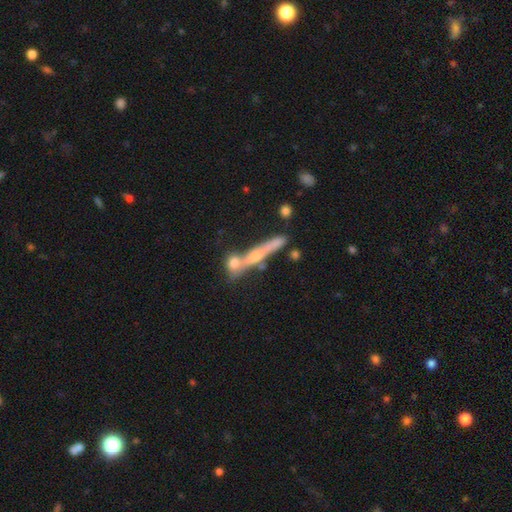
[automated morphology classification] A featured or disk galaxy (62%) viewed edge-on (86%) with a rounded central bulge (73%). Merging: none (50%).